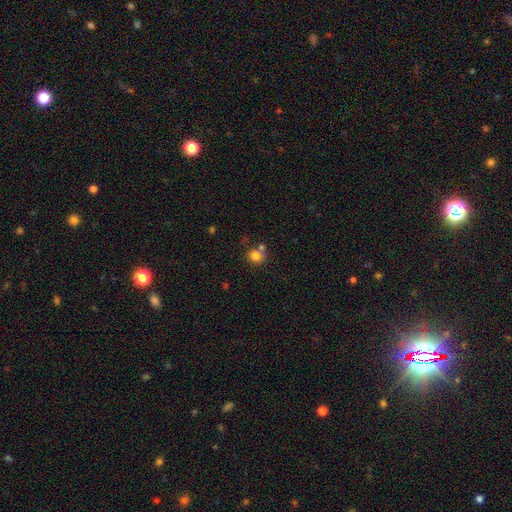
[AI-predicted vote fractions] The model was most divided on "merging": none: 54%, merger: 29%, minor disturbance: 12%, major disturbance: 5%. More confident: smooth or featured — smooth (79%); how rounded — round (75%).